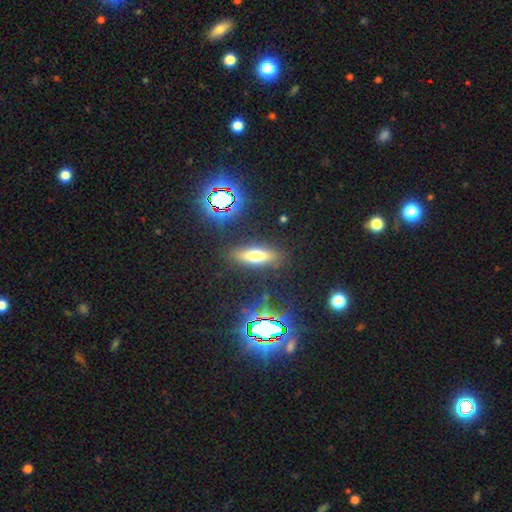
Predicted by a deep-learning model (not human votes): This is possibly a smooth galaxy (55%). How rounded: possibly cigar-shaped (49%). Merging: clearly none (86%).